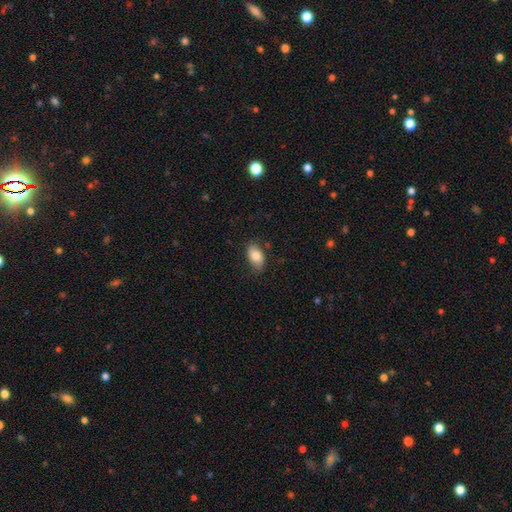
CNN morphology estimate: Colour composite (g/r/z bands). It shows a smooth galaxy with no disk features (81%) that is in between round and cigar-shaped (91%). Merging: none (75%).